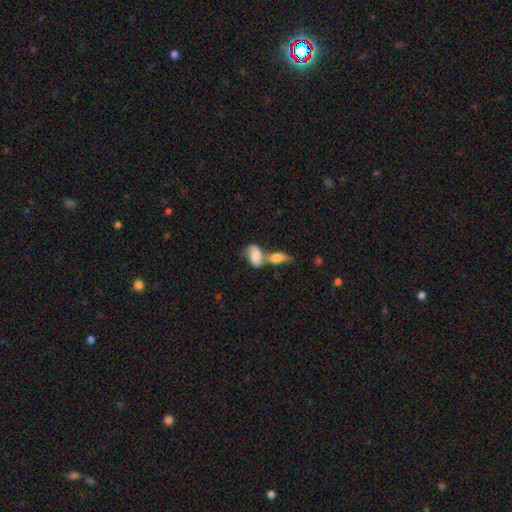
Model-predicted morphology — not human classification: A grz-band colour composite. It shows a smooth galaxy with no disk features (71%) that is in between round and cigar-shaped (90%). Merging: merger (68%).